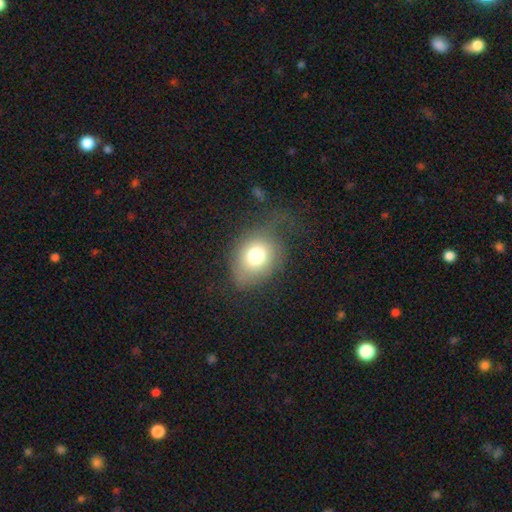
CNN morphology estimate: This is likely a smooth galaxy (73%). How rounded: possibly in between (51%). Merging: possibly none (48%).